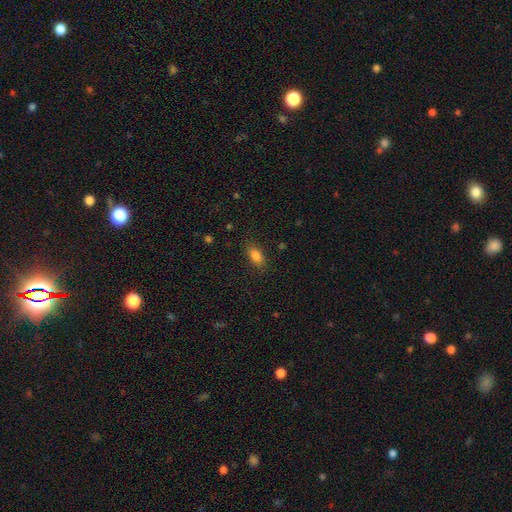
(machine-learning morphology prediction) Smooth or featured: smooth — 83% (star or artifact — 10%)
How rounded: in between — 86% (cigar-shaped — 7%)
Merging: none — 84% (minor disturbance — 11%)